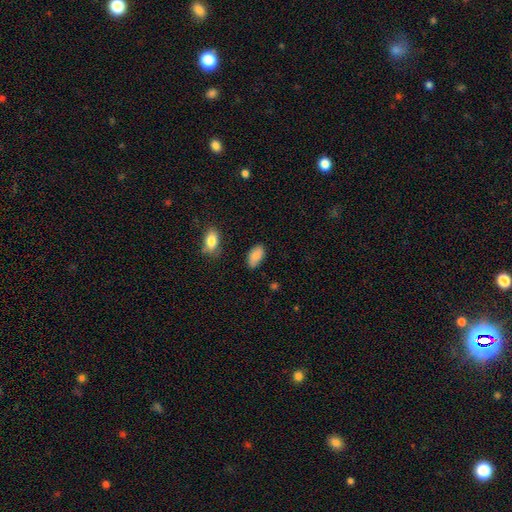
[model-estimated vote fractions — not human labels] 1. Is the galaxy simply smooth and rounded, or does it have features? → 87% smooth, 7% star or artifact, 6% featured or disk.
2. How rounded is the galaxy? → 94% in between, 3% round, 2% cigar-shaped.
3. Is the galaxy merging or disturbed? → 80% none, 15% minor disturbance, 3% major disturbance, 2% merger.